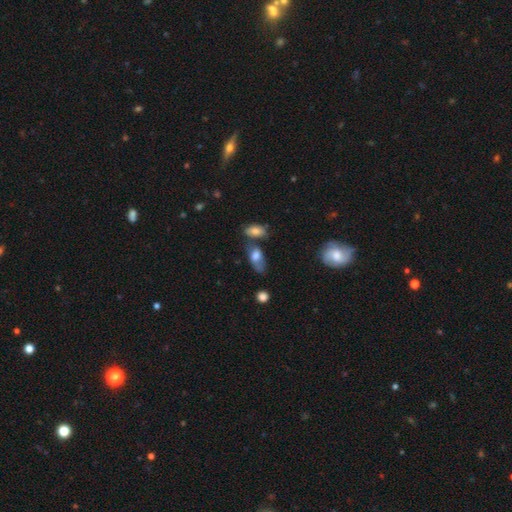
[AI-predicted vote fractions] Smooth or featured? smooth (74%)
How rounded? in between (89%)
Merging? none (42%)